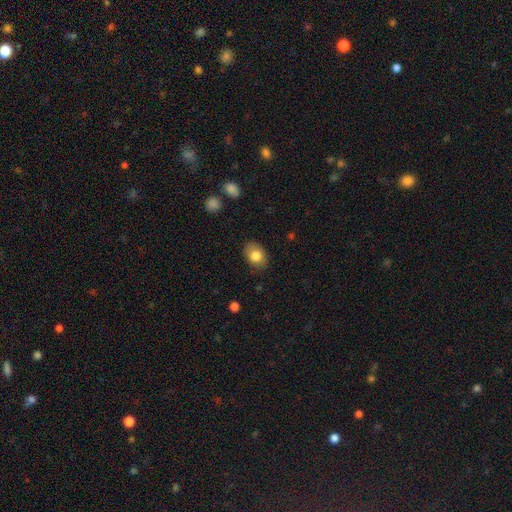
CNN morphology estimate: smooth_or_featured: smooth (p=0.81) [alt: featured or disk p=0.11]
how_rounded: in between (p=0.71) [alt: round p=0.28]
merging: none (p=0.81) [alt: minor disturbance p=0.14]